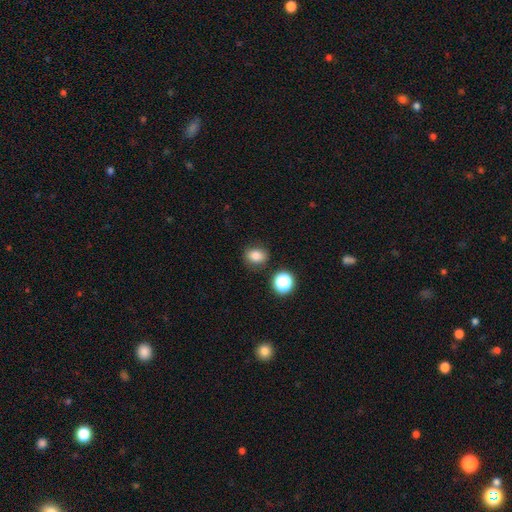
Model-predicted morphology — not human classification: Smooth or featured: smooth — 80% (star or artifact — 13%)
How rounded: round — 54% (in between — 45%)
Merging: none — 81% (minor disturbance — 12%)